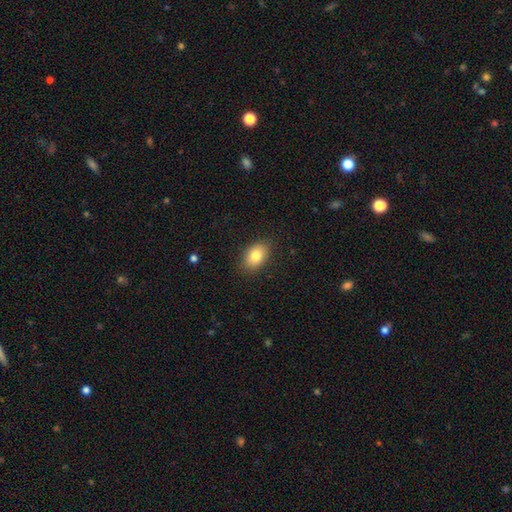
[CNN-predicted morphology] Smooth or featured? smooth (82%)
How rounded? in between (84%)
Merging? none (86%)